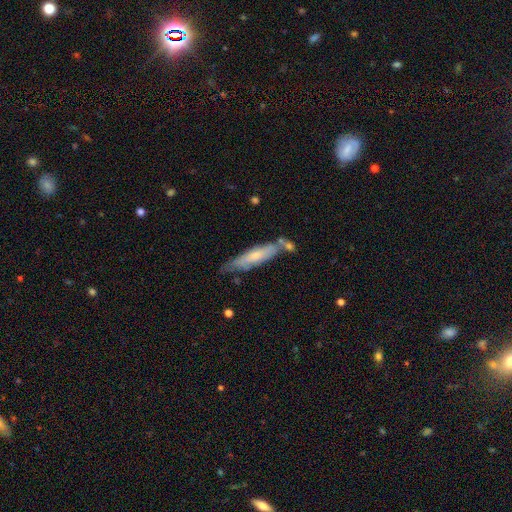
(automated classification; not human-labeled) Morphology: type=smooth (52%); roundness=cigar-shaped (79%); merging=none (60%).